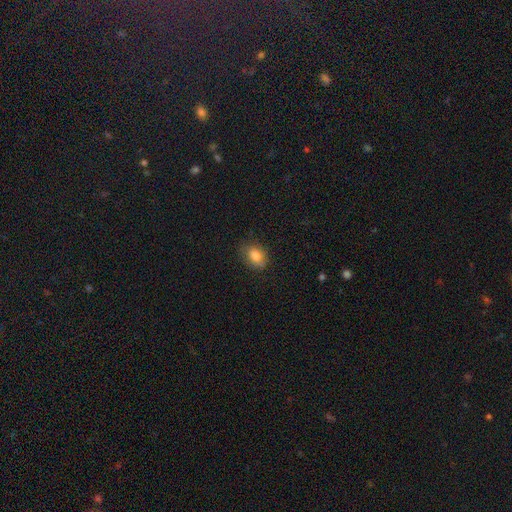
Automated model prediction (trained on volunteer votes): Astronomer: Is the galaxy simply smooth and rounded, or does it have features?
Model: smooth — 82%.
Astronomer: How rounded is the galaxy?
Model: in between — 78%.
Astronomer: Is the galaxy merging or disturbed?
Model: none — 77%.